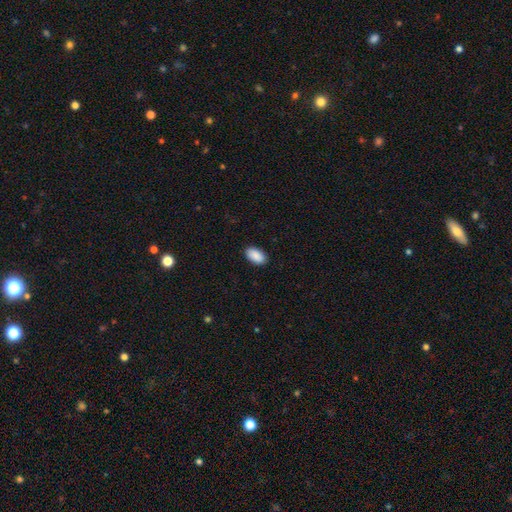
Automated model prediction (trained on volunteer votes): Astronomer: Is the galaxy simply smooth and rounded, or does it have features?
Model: smooth — 91%.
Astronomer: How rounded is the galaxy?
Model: in between — 95%.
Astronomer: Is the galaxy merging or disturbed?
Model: none — 90%.